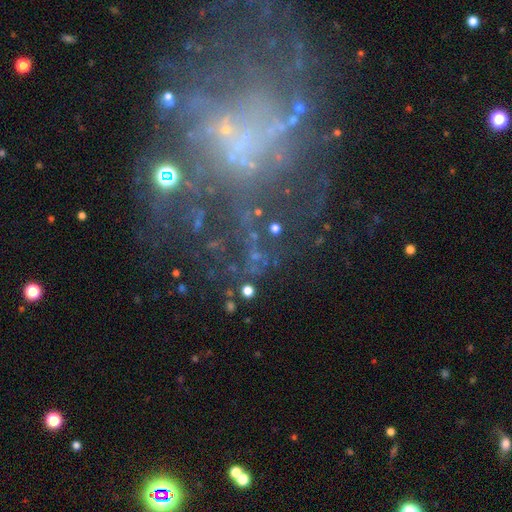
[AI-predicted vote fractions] Overall: featured or disk (45%; star or artifact 39%). Merging: none (57%; major disturbance 21%).